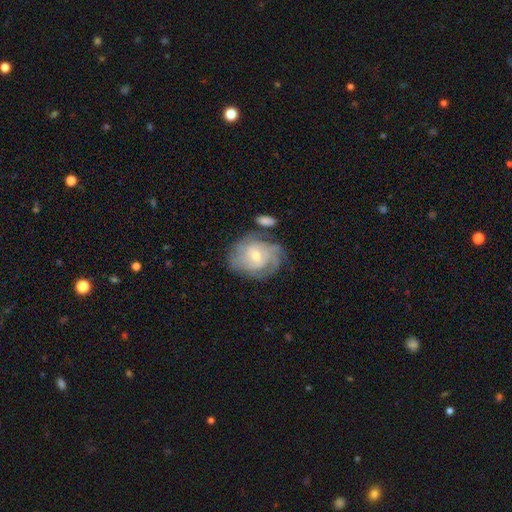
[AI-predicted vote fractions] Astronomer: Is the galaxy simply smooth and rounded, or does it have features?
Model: featured or disk — 76%.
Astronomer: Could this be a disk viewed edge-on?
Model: no — 97%.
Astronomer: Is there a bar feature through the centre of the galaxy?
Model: no — 58% (runner-up: weak, 36%).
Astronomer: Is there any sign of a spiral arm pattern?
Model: yes — 92%.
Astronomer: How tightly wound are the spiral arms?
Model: tight — 66%.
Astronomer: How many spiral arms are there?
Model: can't tell — 40% (runner-up: 3, 20%).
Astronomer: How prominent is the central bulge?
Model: small — 50% (runner-up: moderate, 46%).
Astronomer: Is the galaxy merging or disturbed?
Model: none — 64%.